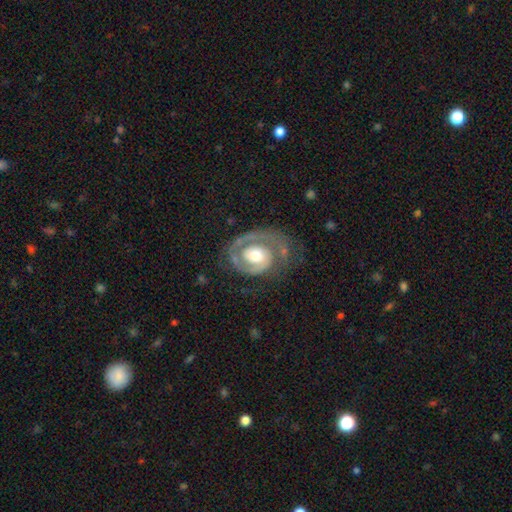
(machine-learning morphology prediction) This appears to be a featured or disk galaxy (87%) with no bar (71%), 1 (54%) tight (63%) spiral arms (94%) and a moderate central bulge (55%). Merging: none (62%).